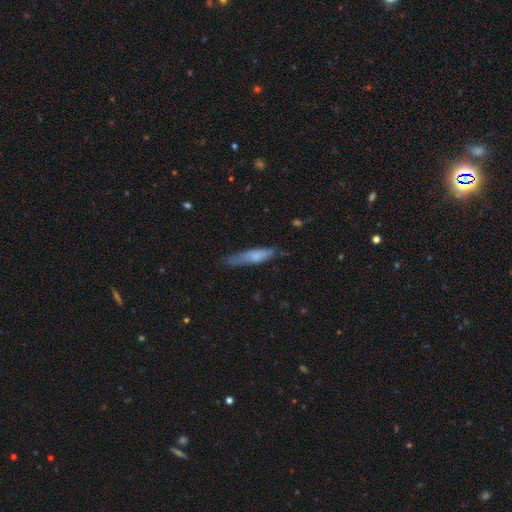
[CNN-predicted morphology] Q: Smooth or featured?
A: smooth (66%); runner-up: featured or disk (28%)
Q: How rounded?
A: cigar-shaped (81%); runner-up: in between (17%)
Q: Merging?
A: none (61%); runner-up: minor disturbance (29%)